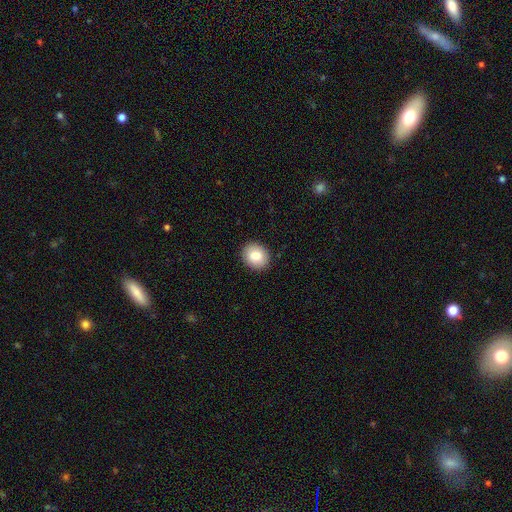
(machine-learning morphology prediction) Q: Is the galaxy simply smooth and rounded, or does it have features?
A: smooth — 83%.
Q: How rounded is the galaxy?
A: round — 67%.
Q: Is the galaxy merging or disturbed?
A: none — 91%.